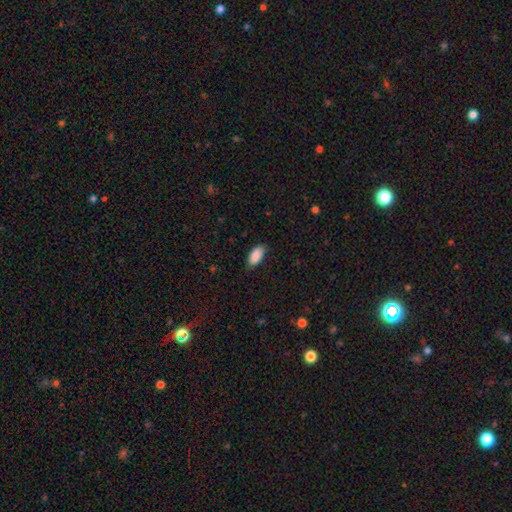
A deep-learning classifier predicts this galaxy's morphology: type=smooth (90%); roundness=in between (92%); merging=none (79%).